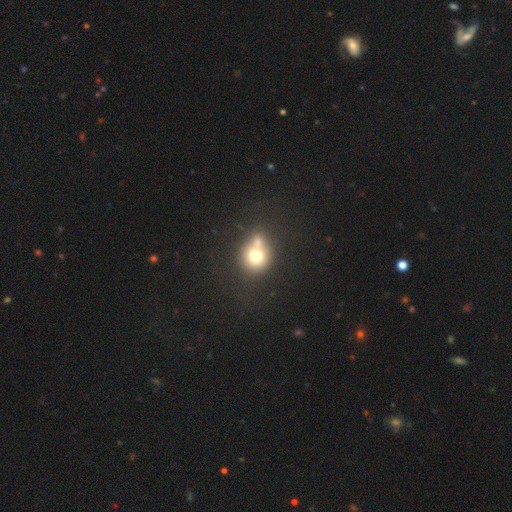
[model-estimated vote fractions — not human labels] This is likely a smooth galaxy (70%). How rounded: clearly round (82%). Merging: marginally none (44%).